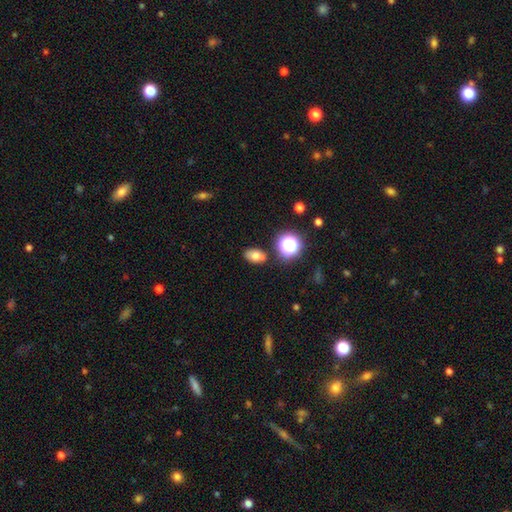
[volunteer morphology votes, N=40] This is likely a smooth galaxy (78%). How rounded: clearly in between (94%). Merging: likely none (69%).